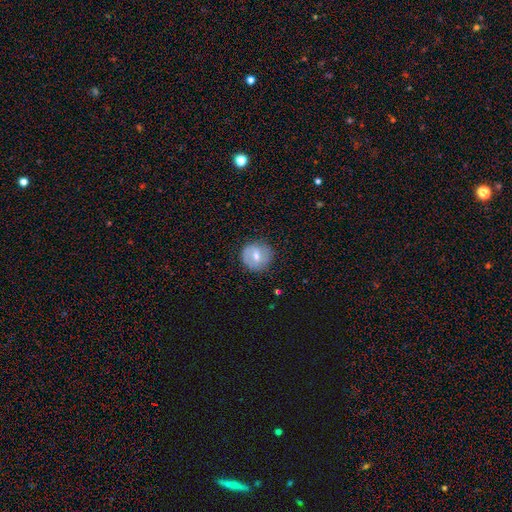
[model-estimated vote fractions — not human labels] Smooth or featured?
  - smooth: 52% *
  - featured or disk: 40%
  - star or artifact: 8%
How rounded?
  - round: 91% *
  - in between: 8%
  - cigar-shaped: 1%
Merging?
  - none: 81% *
  - minor disturbance: 14%
  - major disturbance: 4%
  - merger: 1%